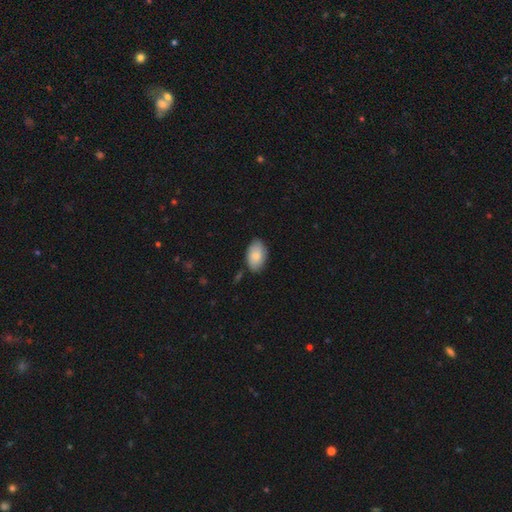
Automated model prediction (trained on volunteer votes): Smooth or featured? smooth (83%)
How rounded? in between (93%)
Merging? none (80%)